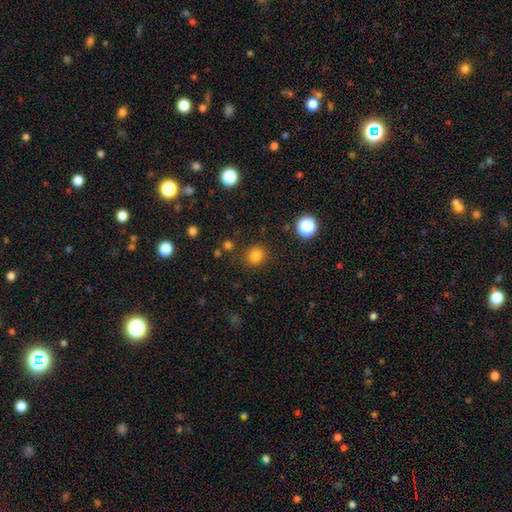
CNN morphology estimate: type=smooth (81%); roundness=round (80%); merging=none (85%).